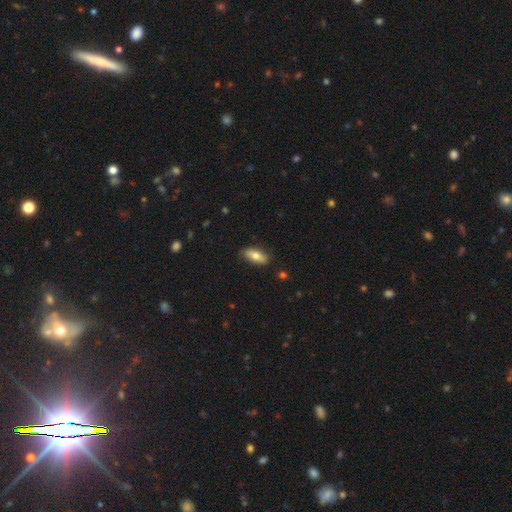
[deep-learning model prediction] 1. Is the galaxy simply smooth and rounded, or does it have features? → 75% smooth, 19% featured or disk, 6% star or artifact.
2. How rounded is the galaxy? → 80% in between, 17% cigar-shaped, 3% round.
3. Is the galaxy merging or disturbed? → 84% none, 13% minor disturbance, 2% major disturbance, 1% merger.